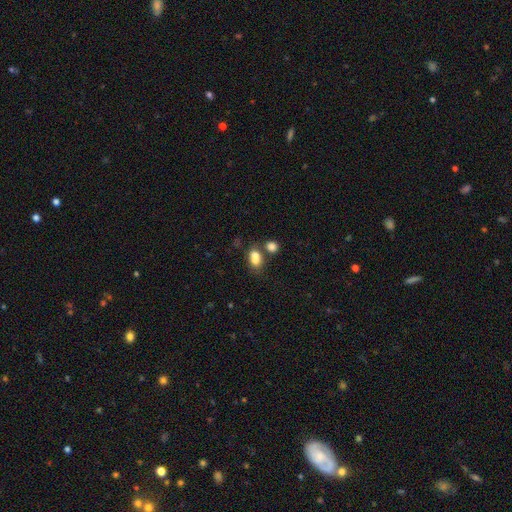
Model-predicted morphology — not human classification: A smooth galaxy with no disk features (78%) that is in between round and cigar-shaped (73%). Merging: merger (47%).